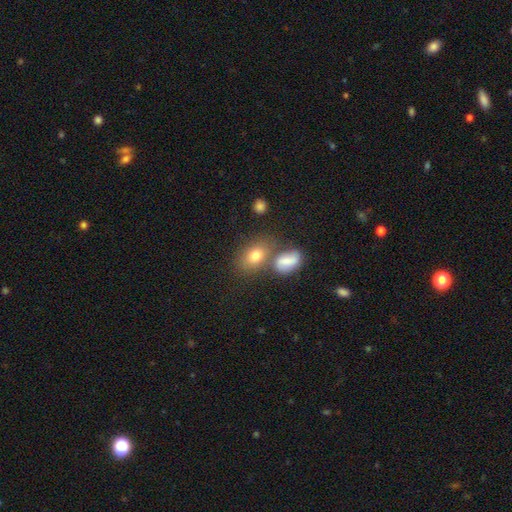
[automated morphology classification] smooth-or-featured: smooth: 76% | featured or disk: 13% | star or artifact: 11%
  how-rounded: in between: 75% | round: 23% | cigar-shaped: 2%
  merging: none: 57% | merger: 25% | minor disturbance: 14% | major disturbance: 5%